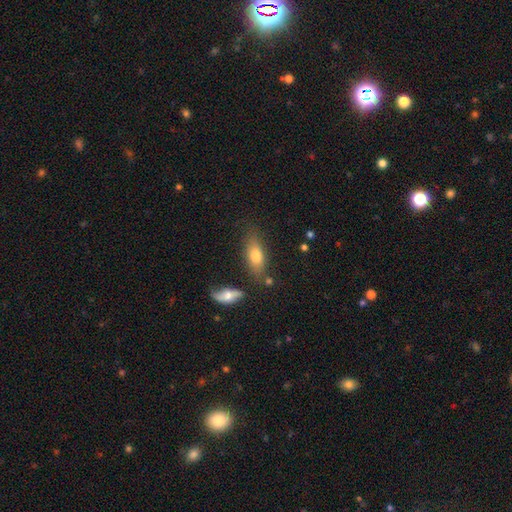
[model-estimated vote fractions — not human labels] Smooth or featured: smooth — 72% (featured or disk — 20%)
How rounded: in between — 75% (cigar-shaped — 20%)
Merging: none — 68% (minor disturbance — 17%)